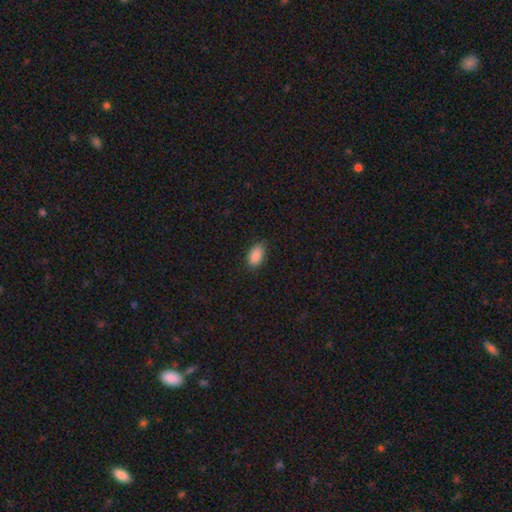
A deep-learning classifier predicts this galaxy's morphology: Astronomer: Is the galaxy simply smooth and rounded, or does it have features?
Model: smooth — 89%.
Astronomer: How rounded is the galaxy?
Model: in between — 93%.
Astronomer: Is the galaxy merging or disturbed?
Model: none — 83%.